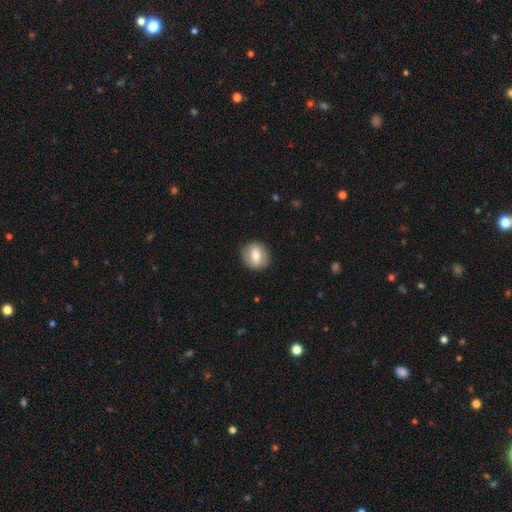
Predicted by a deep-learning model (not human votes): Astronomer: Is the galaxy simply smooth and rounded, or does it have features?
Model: smooth — 64%.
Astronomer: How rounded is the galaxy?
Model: round — 75%.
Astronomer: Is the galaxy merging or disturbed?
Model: none — 87%.